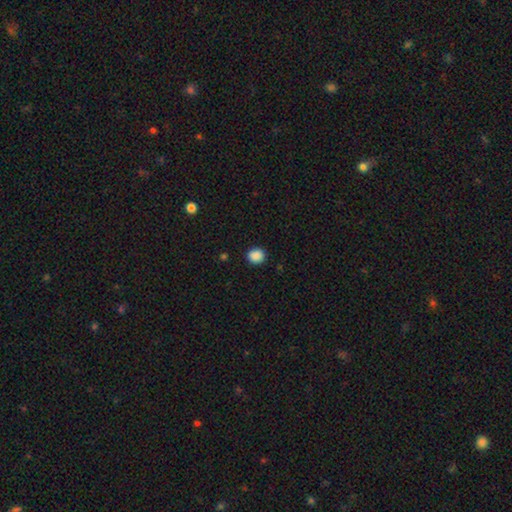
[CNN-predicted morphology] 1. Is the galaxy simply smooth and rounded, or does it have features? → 88% smooth, 9% star or artifact, 2% featured or disk.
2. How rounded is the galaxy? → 77% round, 22% in between, 1% cigar-shaped.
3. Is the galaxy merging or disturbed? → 89% none, 8% minor disturbance, 2% major disturbance, 1% merger.